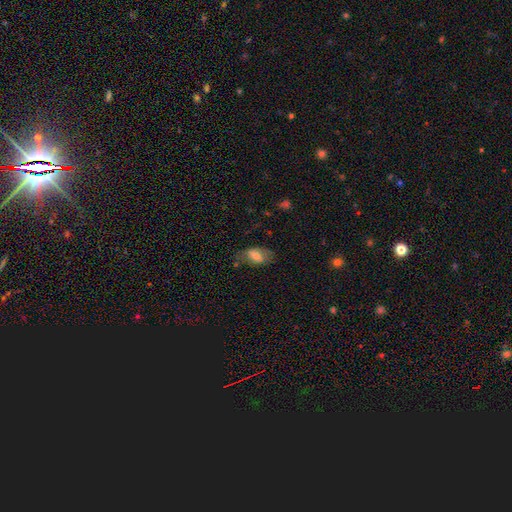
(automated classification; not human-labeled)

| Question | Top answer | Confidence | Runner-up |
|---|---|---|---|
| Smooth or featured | smooth | 61% | featured or disk (30%) |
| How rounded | in between | 90% | round (6%) |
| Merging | none | 62% | minor disturbance (24%) |